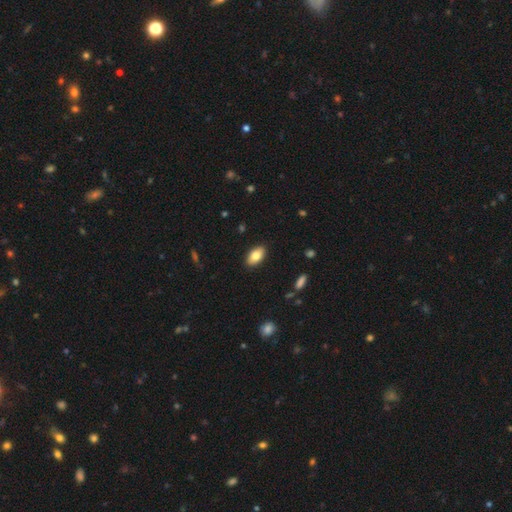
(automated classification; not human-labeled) smooth 82%, featured or disk 11%, star or artifact 7%. Down the decision tree: how rounded — in between (93%); merging — none (89%).